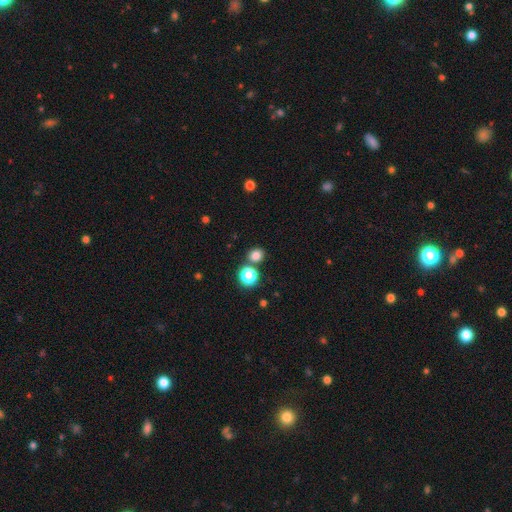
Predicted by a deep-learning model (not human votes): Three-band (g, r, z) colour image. It shows a smooth galaxy with no disk features (78%) that is round (77%). Merging: none (76%).